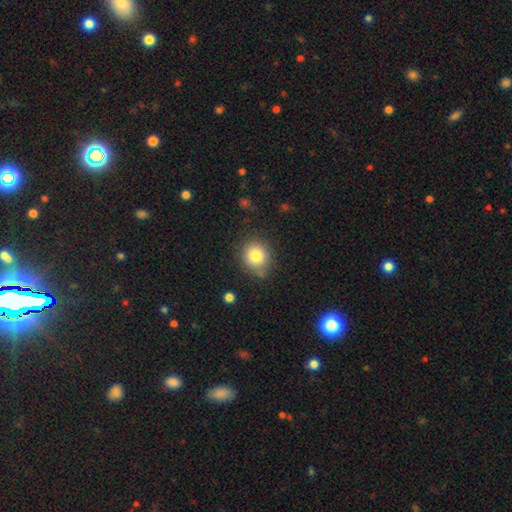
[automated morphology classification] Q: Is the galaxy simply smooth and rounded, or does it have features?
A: smooth — 81%.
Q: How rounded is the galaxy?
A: round — 82%.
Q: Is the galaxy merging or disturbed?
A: none — 79%.